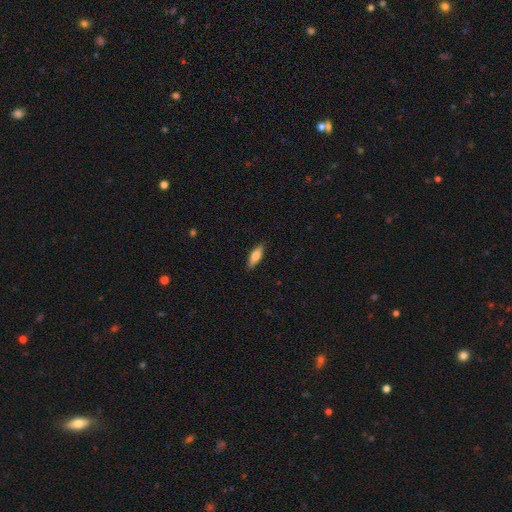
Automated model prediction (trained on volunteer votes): Smooth or featured?
  - smooth: 70% *
  - featured or disk: 24%
  - star or artifact: 6%
How rounded?
  - in between: 53% *
  - cigar-shaped: 45%
  - round: 2%
Merging?
  - none: 88% *
  - minor disturbance: 9%
  - major disturbance: 2%
  - merger: 1%